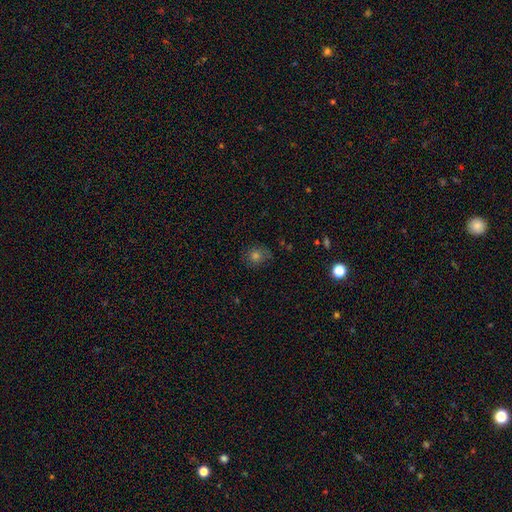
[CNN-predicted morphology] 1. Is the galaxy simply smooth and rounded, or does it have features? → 63% smooth, 23% star or artifact, 14% featured or disk.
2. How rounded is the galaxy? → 81% round, 18% in between, 1% cigar-shaped.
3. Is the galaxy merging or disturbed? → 77% none, 16% minor disturbance, 6% major disturbance, 2% merger.